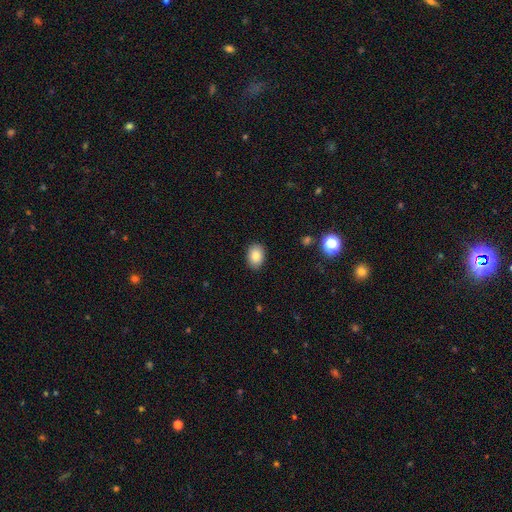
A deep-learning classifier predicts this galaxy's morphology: This appears to be a smooth galaxy with no disk features (85%) that is in between round and cigar-shaped (76%). Merging: none (88%).